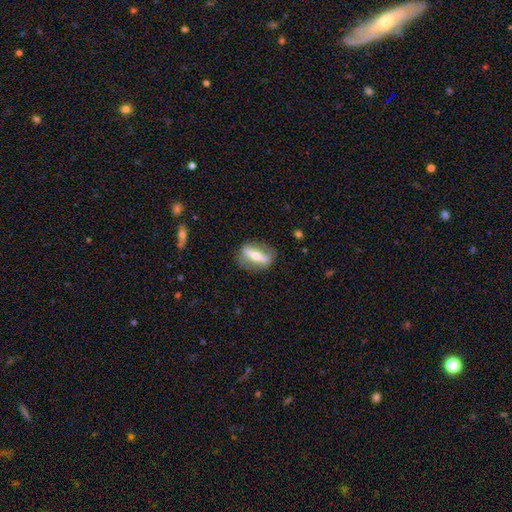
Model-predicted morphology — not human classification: This appears to be a featured or disk galaxy (66%) viewed edge-on (57%). Merging: none (80%).